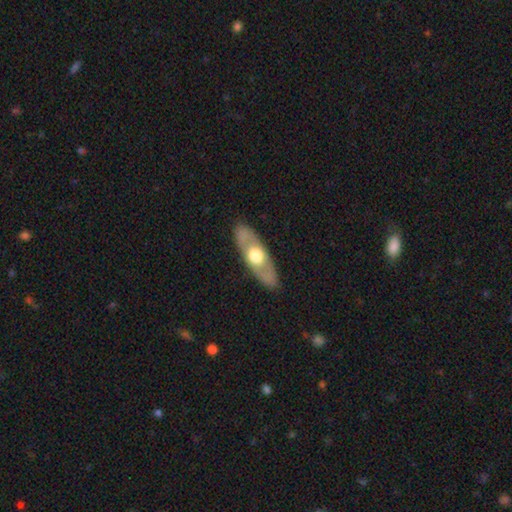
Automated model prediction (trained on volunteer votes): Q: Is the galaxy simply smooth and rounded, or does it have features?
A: featured or disk — 54%.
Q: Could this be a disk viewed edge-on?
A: no — 63%.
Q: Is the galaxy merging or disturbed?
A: none — 87%.